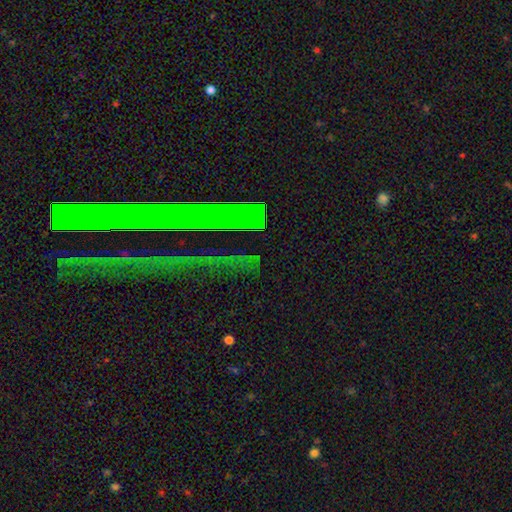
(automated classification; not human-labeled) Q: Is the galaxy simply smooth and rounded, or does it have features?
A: star or artifact — 66%.